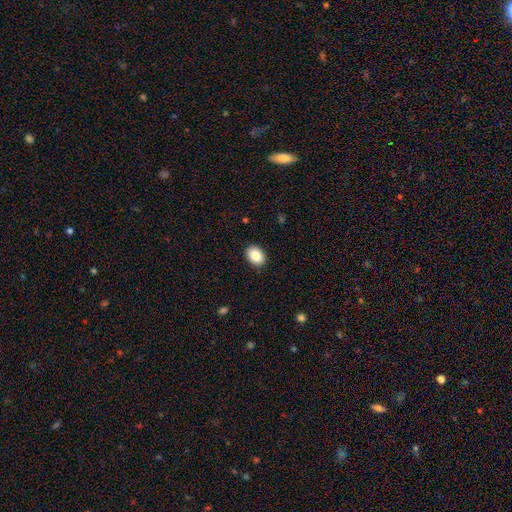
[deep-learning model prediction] Morphology: type=smooth (86%); roundness=in between (70%); merging=none (90%).